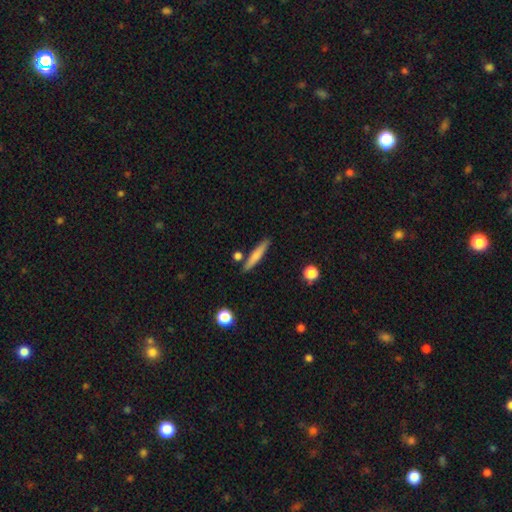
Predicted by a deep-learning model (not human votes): Smooth or featured: smooth — 69% (featured or disk — 25%)
How rounded: cigar-shaped — 92% (in between — 6%)
Merging: none — 83% (minor disturbance — 9%)